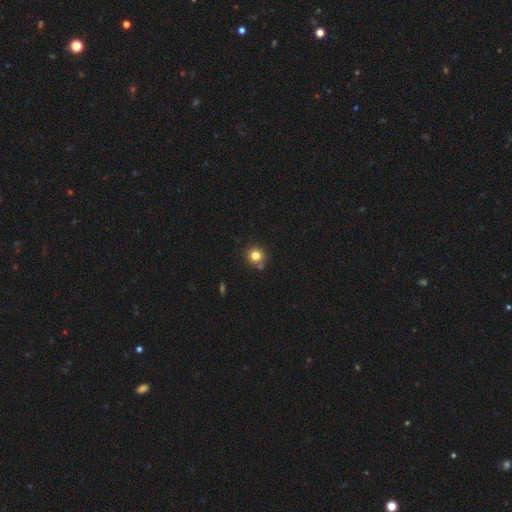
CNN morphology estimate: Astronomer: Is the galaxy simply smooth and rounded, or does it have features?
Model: smooth — 80%.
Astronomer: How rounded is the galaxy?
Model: round — 92%.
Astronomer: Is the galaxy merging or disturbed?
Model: none — 80%.